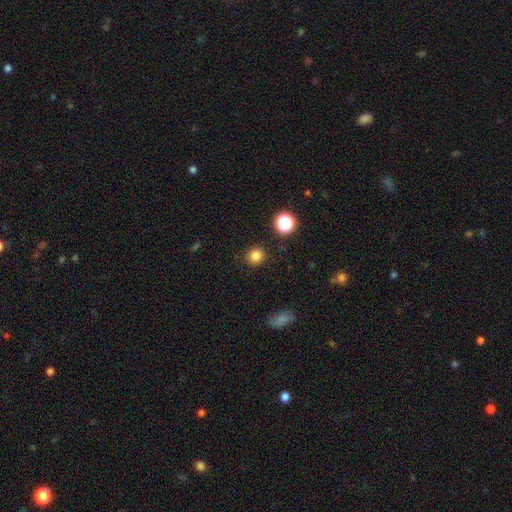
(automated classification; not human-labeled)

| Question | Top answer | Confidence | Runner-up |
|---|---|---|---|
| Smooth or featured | smooth | 82% | star or artifact (13%) |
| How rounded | round | 88% | in between (11%) |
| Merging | none | 89% | minor disturbance (7%) |